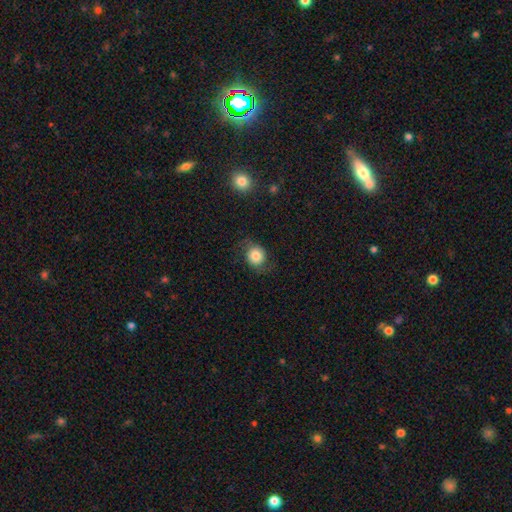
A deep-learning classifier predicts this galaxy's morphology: The model was most divided on "merging": none: 68%, minor disturbance: 20%, major disturbance: 10%, merger: 2%. More confident: how rounded — round (79%); smooth or featured — smooth (74%).